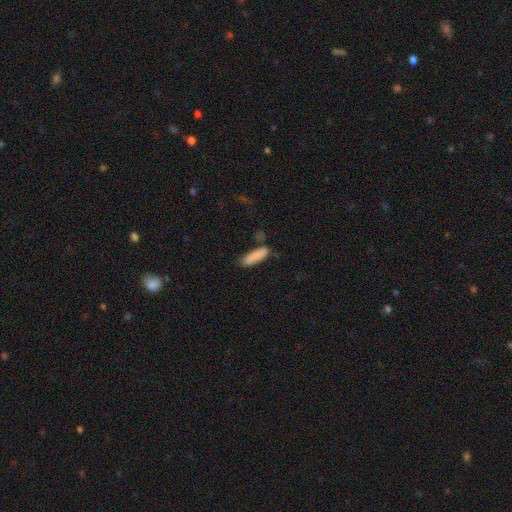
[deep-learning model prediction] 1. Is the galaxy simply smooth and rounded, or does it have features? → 85% smooth, 9% featured or disk, 6% star or artifact.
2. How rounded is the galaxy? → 59% cigar-shaped, 39% in between, 2% round.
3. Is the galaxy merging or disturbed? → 69% none, 19% minor disturbance, 8% merger, 5% major disturbance.